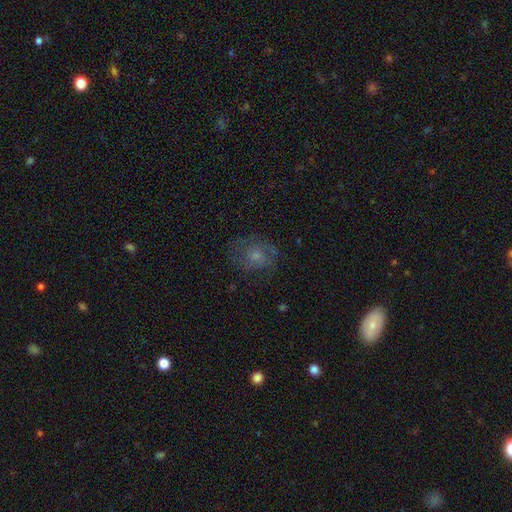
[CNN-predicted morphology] This is possibly a featured or disk galaxy (50%). Merging: likely none (67%).